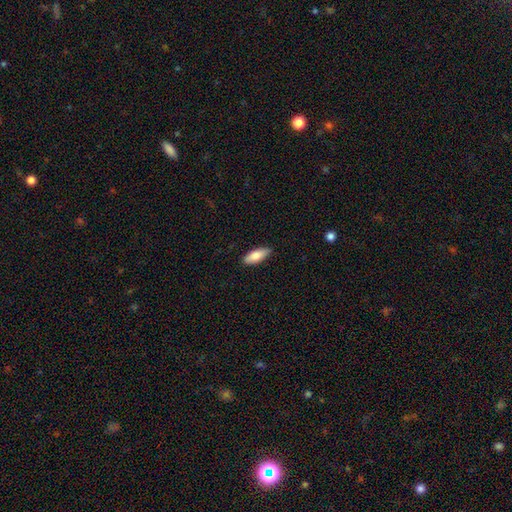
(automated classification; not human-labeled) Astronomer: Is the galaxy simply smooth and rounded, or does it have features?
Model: smooth — 82%.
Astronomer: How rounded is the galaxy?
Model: in between — 76%.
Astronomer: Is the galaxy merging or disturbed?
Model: none — 87%.